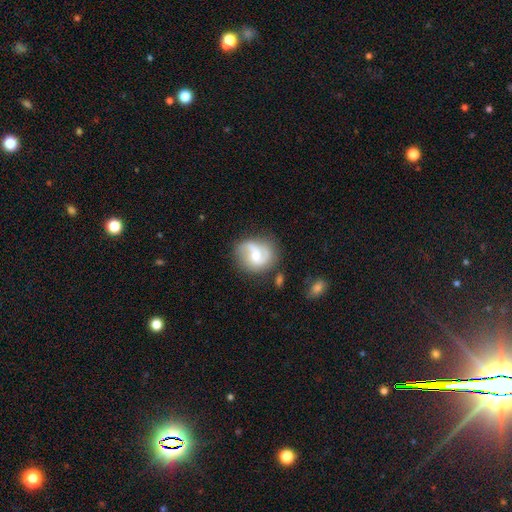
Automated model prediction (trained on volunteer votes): A featured or disk galaxy (73%) with no bar (46%), 2 (78%) loose (43%) spiral arms (92%) and a moderate central bulge (54%).

Vote fractions:
- Smooth or featured? featured or disk: 73% / smooth: 21% / star or artifact: 7%
- Edge-on disk? no: 98% / yes: 2%
- Bar? no: 46% / weak: 43% / strong: 11%
- Spiral arms? yes: 92% / no: 8%
- Spiral winding? loose: 43% / medium: 42% / tight: 15%
- Spiral arm count? 2: 78% / 1: 9% / can't tell: 7% / 3: 4% / 4: 1% / more than 4: 1%
- Bulge size? moderate: 54% / small: 38% / large: 4% / none: 3% / dominant: 1%
- Merging? none: 66% / minor disturbance: 20% / major disturbance: 9% / merger: 5%